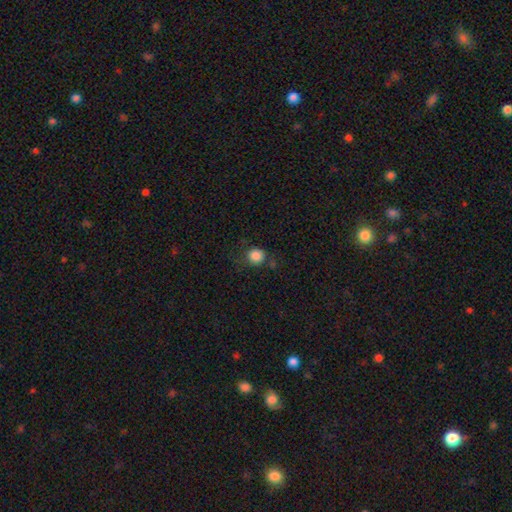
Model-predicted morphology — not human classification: Smooth or featured? smooth (85%)
How rounded? round (88%)
Merging? none (72%)